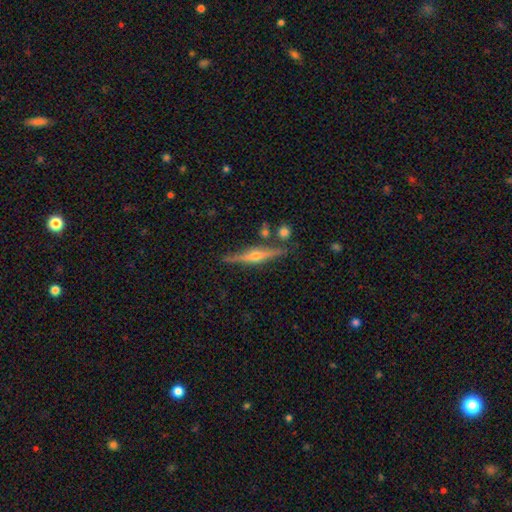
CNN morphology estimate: Q: Smooth or featured?
A: featured or disk (79%); runner-up: smooth (15%)
Q: Edge-on disk?
A: yes (98%); runner-up: no (2%)
Q: Edge-on bulge?
A: rounded (90%); runner-up: none (5%)
Q: Merging?
A: none (84%); runner-up: minor disturbance (9%)